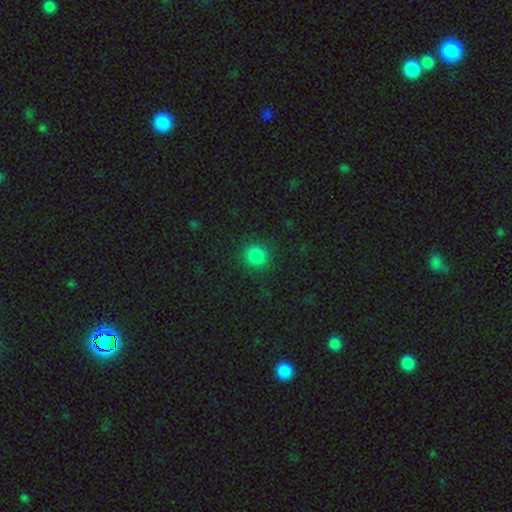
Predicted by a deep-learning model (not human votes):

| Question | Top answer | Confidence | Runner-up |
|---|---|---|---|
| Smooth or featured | smooth | 83% | star or artifact (13%) |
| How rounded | round | 90% | in between (9%) |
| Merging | none | 89% | minor disturbance (6%) |